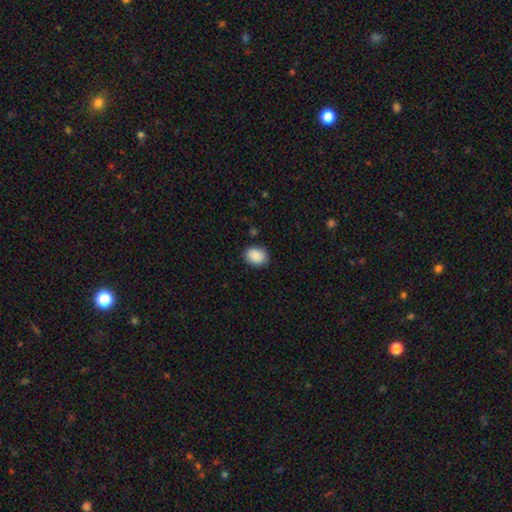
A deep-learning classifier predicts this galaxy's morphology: This appears to be a smooth galaxy with no disk features (90%) that is in between round and cigar-shaped (56%). Merging: none (83%).